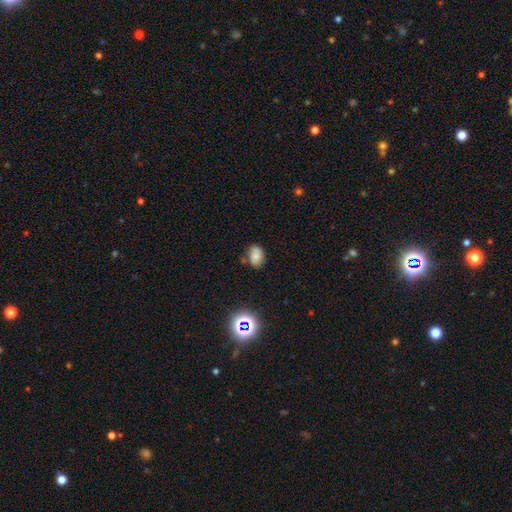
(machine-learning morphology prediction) Overall: smooth (69%). How rounded: in between (76%). Merging: none (63%).